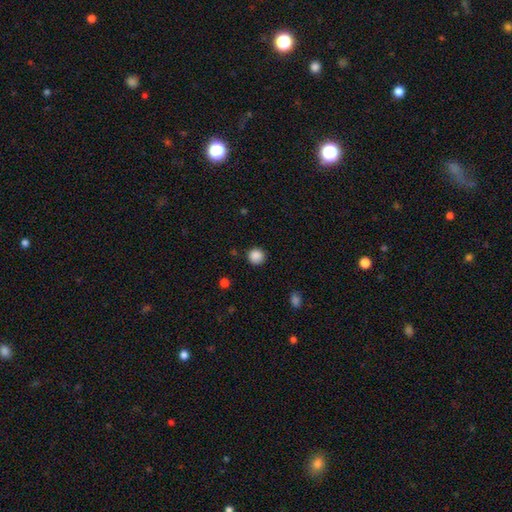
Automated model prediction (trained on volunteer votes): smooth 87%, star or artifact 10%, featured or disk 3%. Down the decision tree: how rounded — round (92%); merging — none (88%).